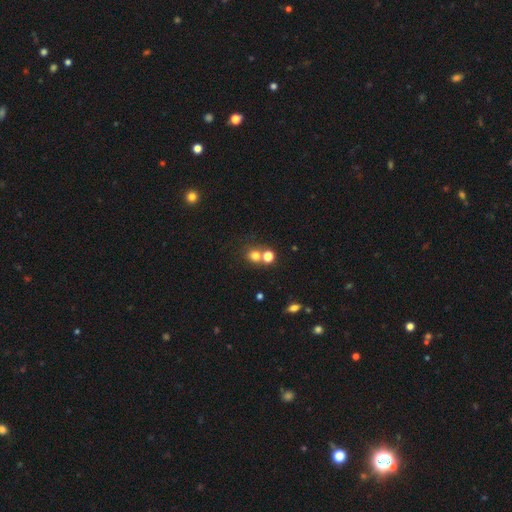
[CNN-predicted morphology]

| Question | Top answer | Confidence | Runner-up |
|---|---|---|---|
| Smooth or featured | smooth | 72% | star or artifact (19%) |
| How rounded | round | 80% | in between (19%) |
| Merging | none | 54% | merger (35%) |